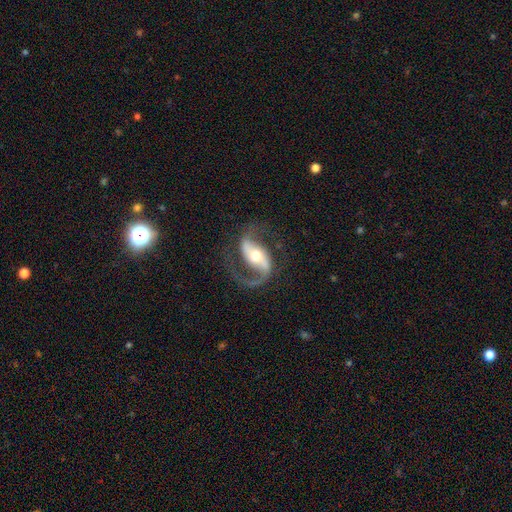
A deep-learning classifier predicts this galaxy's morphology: Q: Smooth or featured?
A: featured or disk (89%); runner-up: smooth (7%)
Q: Edge-on disk?
A: no (96%); runner-up: yes (4%)
Q: Bar?
A: strong (46%); runner-up: weak (31%)
Q: Spiral arms?
A: yes (96%); runner-up: no (4%)
Q: Spiral winding?
A: loose (48%); runner-up: medium (43%)
Q: Spiral arm count?
A: 2 (83%); runner-up: 1 (13%)
Q: Bulge size?
A: moderate (68%); runner-up: small (21%)
Q: Merging?
A: none (71%); runner-up: major disturbance (14%)